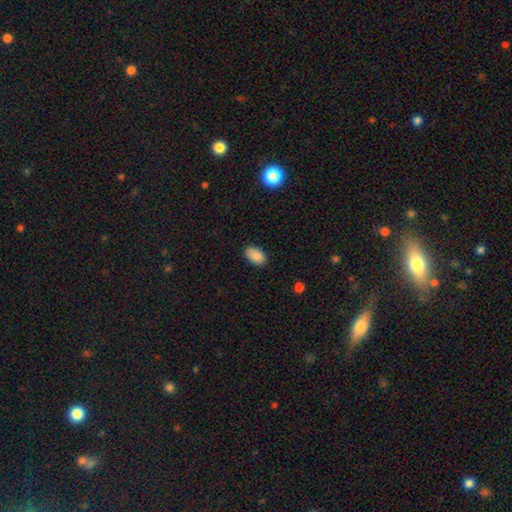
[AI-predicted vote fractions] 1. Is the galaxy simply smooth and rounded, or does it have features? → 89% smooth, 8% star or artifact, 4% featured or disk.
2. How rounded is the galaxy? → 94% in between, 5% round, 1% cigar-shaped.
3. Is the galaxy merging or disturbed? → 86% none, 11% minor disturbance, 2% major disturbance, 1% merger.